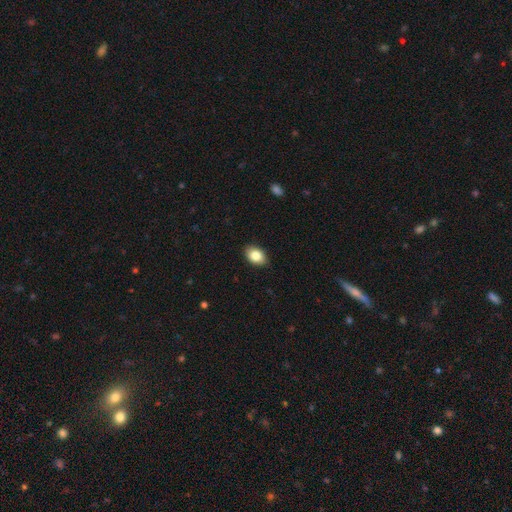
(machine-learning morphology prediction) Smooth or featured?
  - smooth: 84% *
  - featured or disk: 8%
  - star or artifact: 8%
How rounded?
  - in between: 84% *
  - round: 15%
  - cigar-shaped: 1%
Merging?
  - none: 88% *
  - minor disturbance: 9%
  - major disturbance: 2%
  - merger: 1%